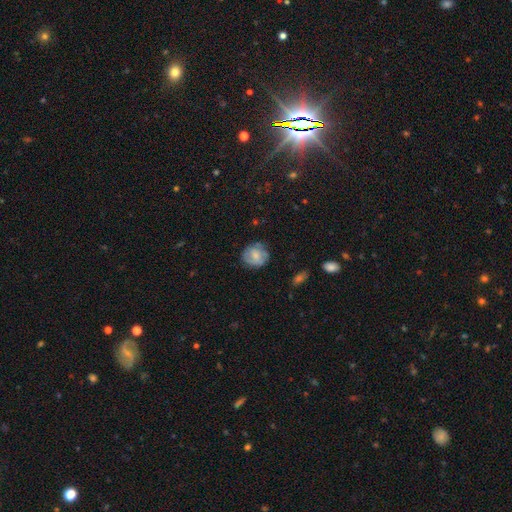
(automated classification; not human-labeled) A smooth galaxy with no disk features (57%) that is round (79%).

Vote fractions:
- Smooth or featured? smooth: 57% / featured or disk: 35% / star or artifact: 8%
- How rounded? round: 79% / in between: 20% / cigar-shaped: 1%
- Merging? none: 72% / minor disturbance: 21% / major disturbance: 6% / merger: 2%